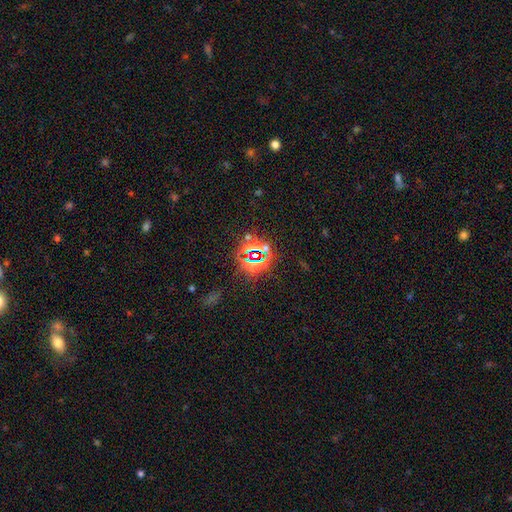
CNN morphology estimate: Overall: star or artifact (80%).